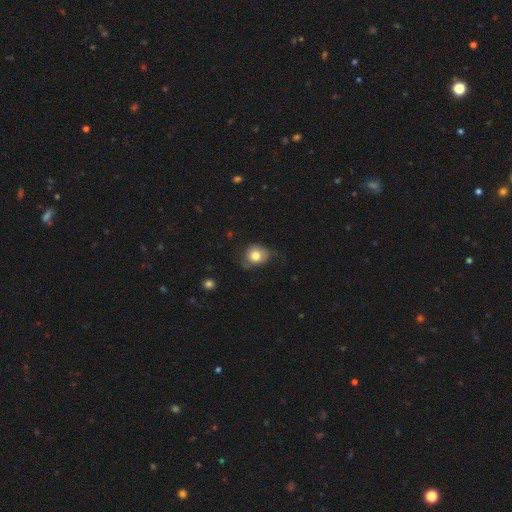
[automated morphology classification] smooth 77%, featured or disk 13%, star or artifact 9%. Down the decision tree: how rounded — round (66%); merging — none (57%).